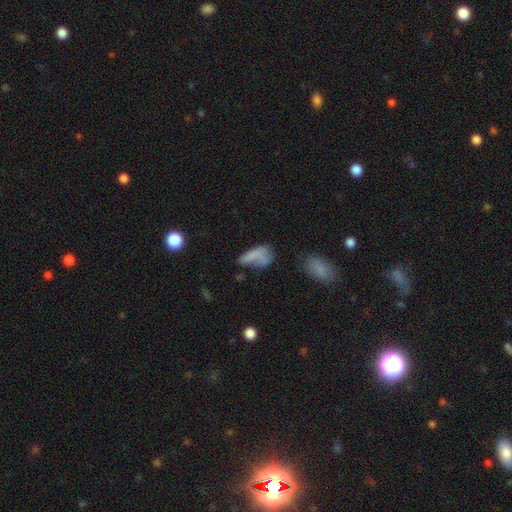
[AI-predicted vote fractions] Smooth or featured? Predicted: smooth (p=0.65). How rounded? Predicted: in between (p=0.77). Merging? Predicted: major disturbance (p=0.31).